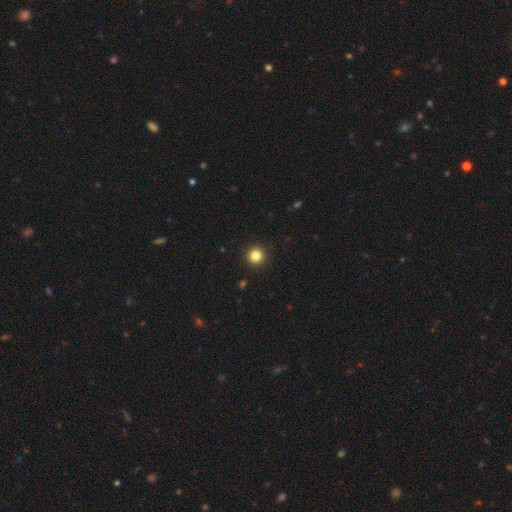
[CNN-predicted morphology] Q: Smooth or featured?
A: smooth (85%); runner-up: star or artifact (11%)
Q: How rounded?
A: round (96%); runner-up: in between (3%)
Q: Merging?
A: none (93%); runner-up: minor disturbance (4%)